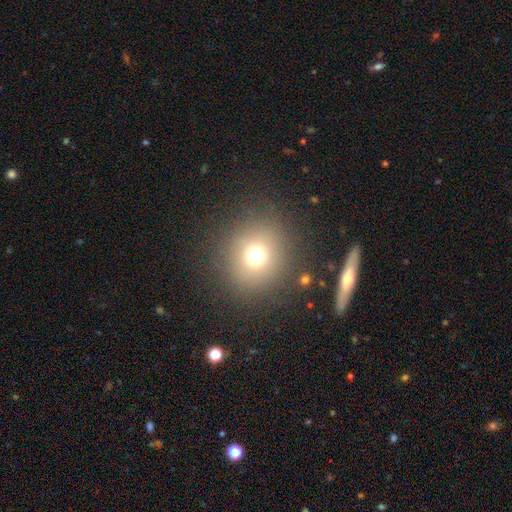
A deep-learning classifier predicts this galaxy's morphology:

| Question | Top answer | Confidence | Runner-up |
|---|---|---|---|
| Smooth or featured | smooth | 70% | star or artifact (20%) |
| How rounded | round | 89% | in between (10%) |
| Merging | none | 85% | minor disturbance (8%) |